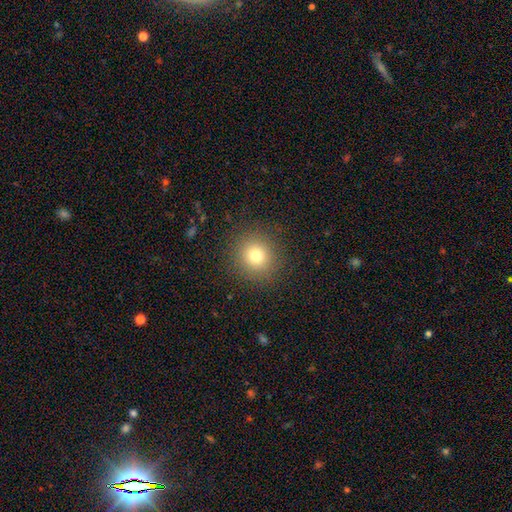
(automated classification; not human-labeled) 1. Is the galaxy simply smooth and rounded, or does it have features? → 76% smooth, 15% star or artifact, 9% featured or disk.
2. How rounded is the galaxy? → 92% round, 7% in between, 1% cigar-shaped.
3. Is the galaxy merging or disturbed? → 90% none, 6% minor disturbance, 3% major disturbance, 1% merger.